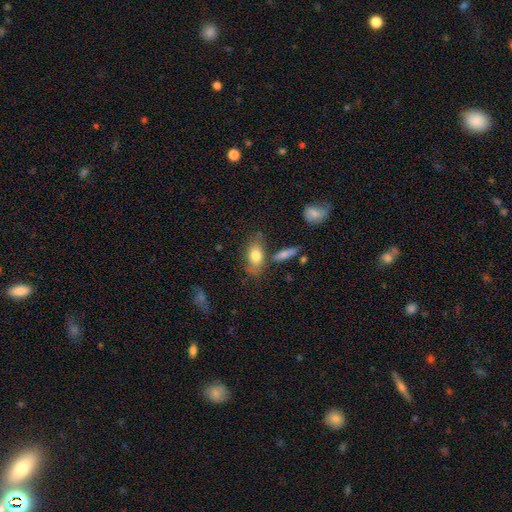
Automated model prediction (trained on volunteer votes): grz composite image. It shows a smooth galaxy with no disk features (75%) that is in between round and cigar-shaped (85%). Merging: none (65%).